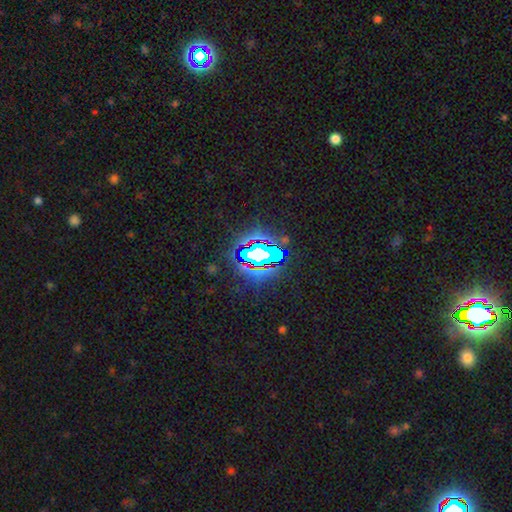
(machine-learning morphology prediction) The model was most divided on "smooth or featured": star or artifact: 73%, smooth: 15%, featured or disk: 13%.